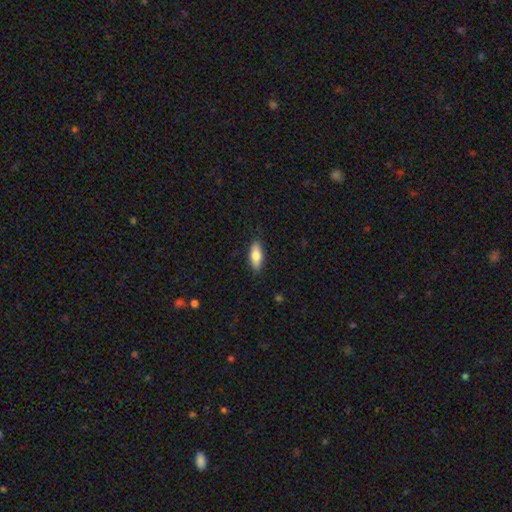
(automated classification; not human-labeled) Smooth or featured? Predicted: smooth (p=0.76). How rounded? Predicted: in between (p=0.71). Merging? Predicted: none (p=0.87).